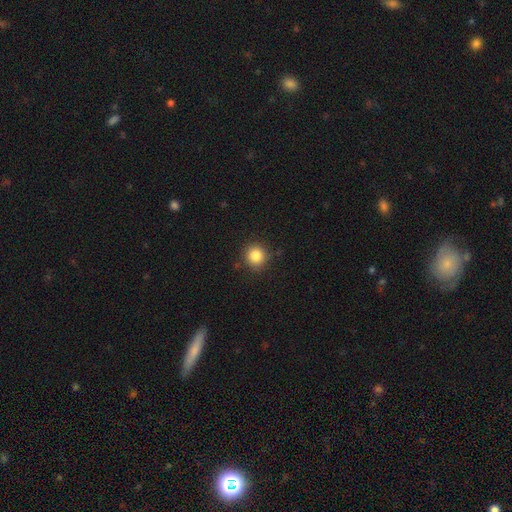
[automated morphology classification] smooth_or_featured: smooth (p=0.84) [alt: star or artifact p=0.11]
how_rounded: round (p=0.92) [alt: in between p=0.07]
merging: none (p=0.88) [alt: minor disturbance p=0.09]